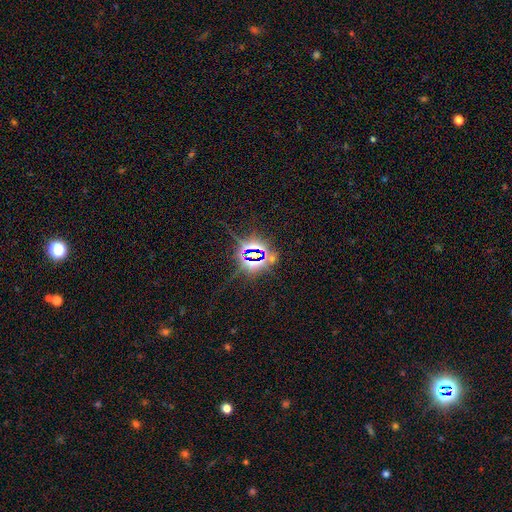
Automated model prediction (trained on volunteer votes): This appears to be a star or artifact, not a galaxy (81%).